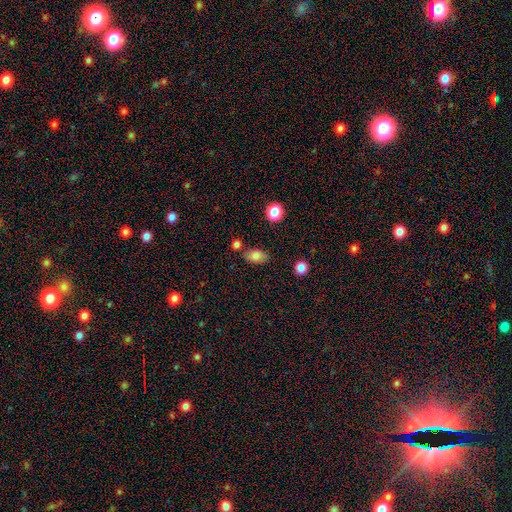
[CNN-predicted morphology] Smooth or featured?
  - smooth: 82% *
  - star or artifact: 10%
  - featured or disk: 8%
How rounded?
  - in between: 87% *
  - round: 11%
  - cigar-shaped: 2%
Merging?
  - none: 76% *
  - minor disturbance: 14%
  - merger: 7%
  - major disturbance: 3%